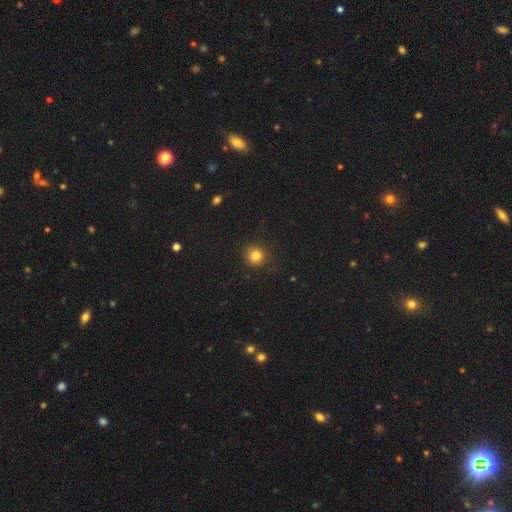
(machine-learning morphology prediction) This appears to be a smooth galaxy with no disk features (82%) that is round (93%). Merging: none (89%).